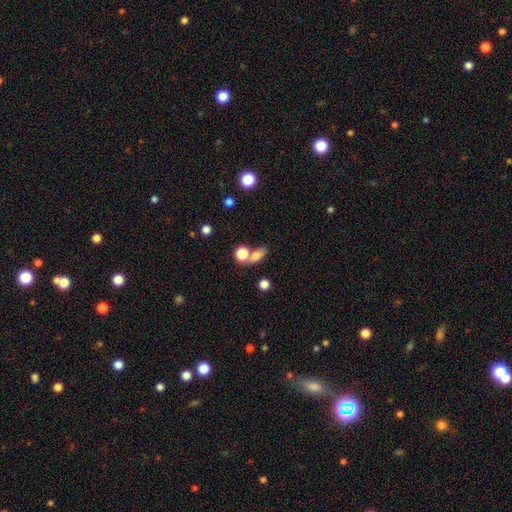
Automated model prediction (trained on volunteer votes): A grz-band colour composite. It shows a smooth galaxy with no disk features (76%) that is in between round and cigar-shaped (64%). Merging: none (48%).